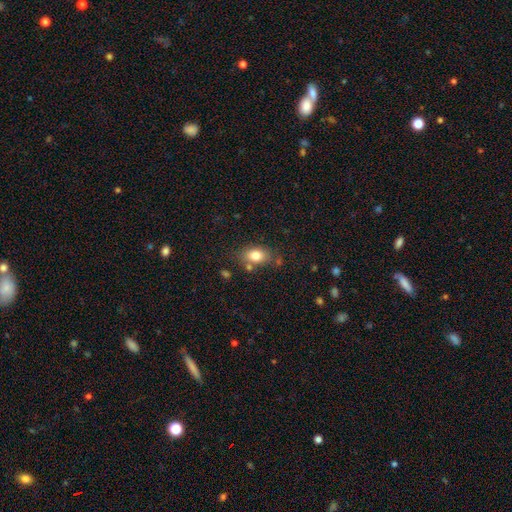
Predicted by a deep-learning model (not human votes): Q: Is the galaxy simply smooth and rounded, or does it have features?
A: smooth — 81%.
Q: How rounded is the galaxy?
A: in between — 82%.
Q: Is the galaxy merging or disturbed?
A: none — 71%.